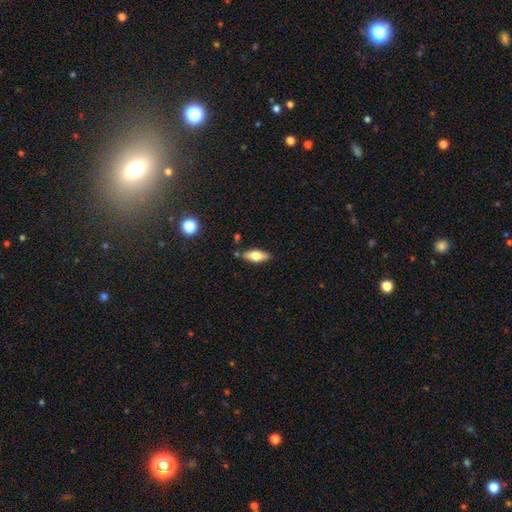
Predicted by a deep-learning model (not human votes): Overall: smooth (61%; featured or disk 32%). How rounded: in between (74%). Merging: none (80%).